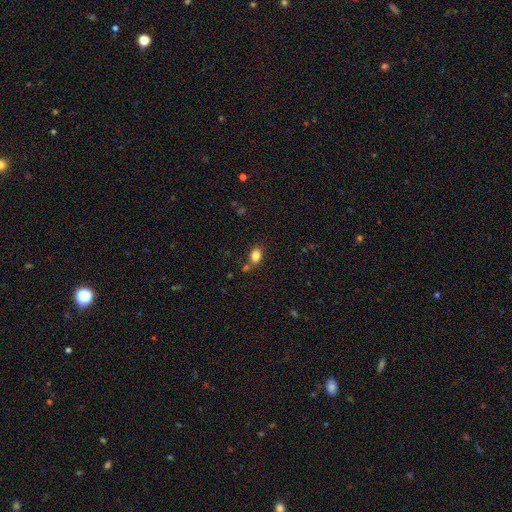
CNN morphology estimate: Smooth or featured: smooth — 83% (star or artifact — 10%)
How rounded: in between — 82% (round — 16%)
Merging: none — 70% (minor disturbance — 14%)